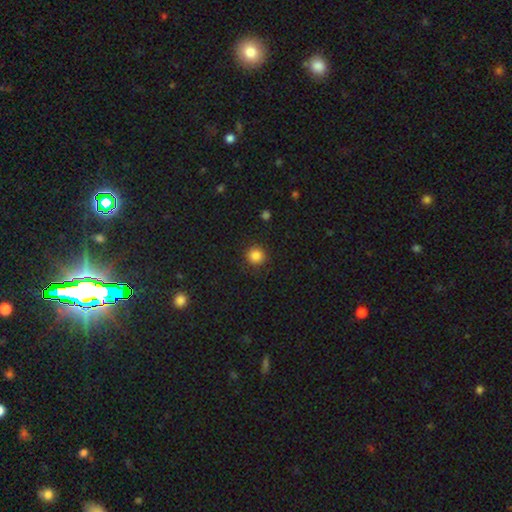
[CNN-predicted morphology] type=smooth (85%); roundness=round (93%); merging=none (89%).